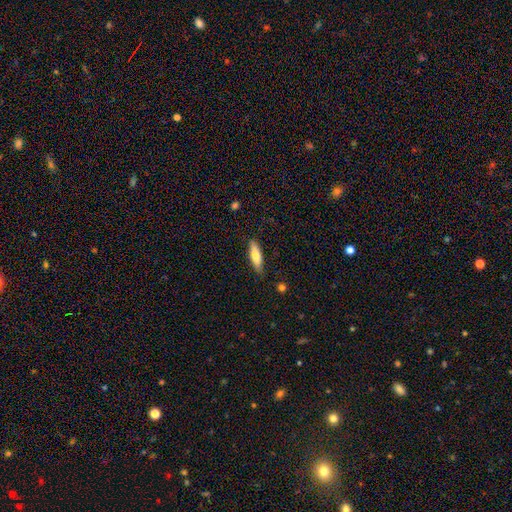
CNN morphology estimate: This is likely a smooth galaxy (72%). How rounded: likely cigar-shaped (65%). Merging: clearly none (84%).